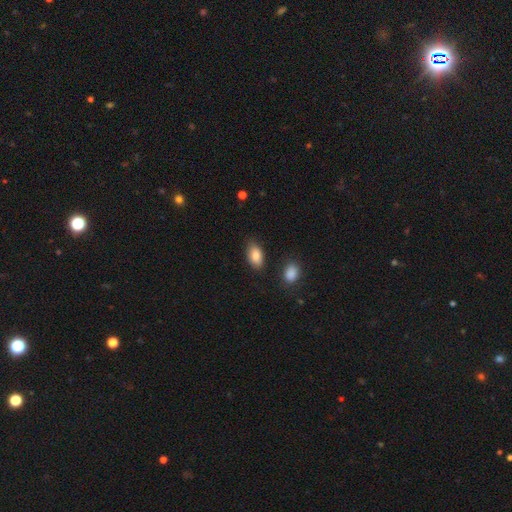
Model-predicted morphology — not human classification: Smooth or featured? Predicted: smooth (p=0.86). How rounded? Predicted: in between (p=0.92). Merging? Predicted: none (p=0.79).